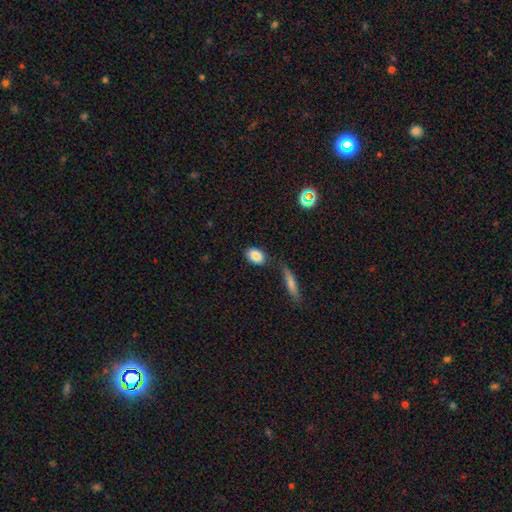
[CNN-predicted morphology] smooth_or_featured: smooth (p=0.85) [alt: featured or disk p=0.08]
how_rounded: in between (p=0.82) [alt: round p=0.15]
merging: none (p=0.77) [alt: minor disturbance p=0.13]